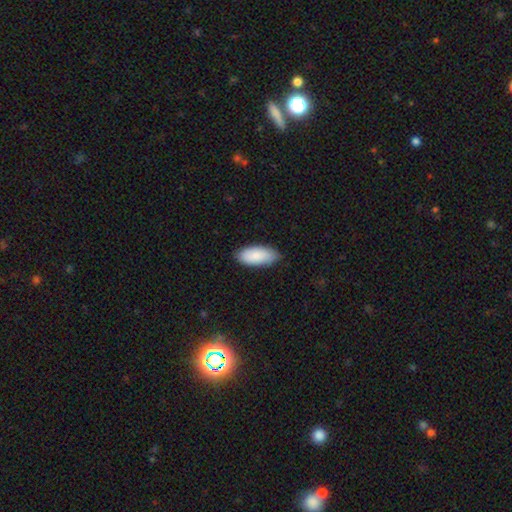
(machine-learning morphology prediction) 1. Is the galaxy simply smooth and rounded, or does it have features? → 85% smooth, 9% featured or disk, 5% star or artifact.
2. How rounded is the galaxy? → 90% in between, 8% cigar-shaped, 2% round.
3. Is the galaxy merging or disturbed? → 83% none, 13% minor disturbance, 2% major disturbance, 1% merger.